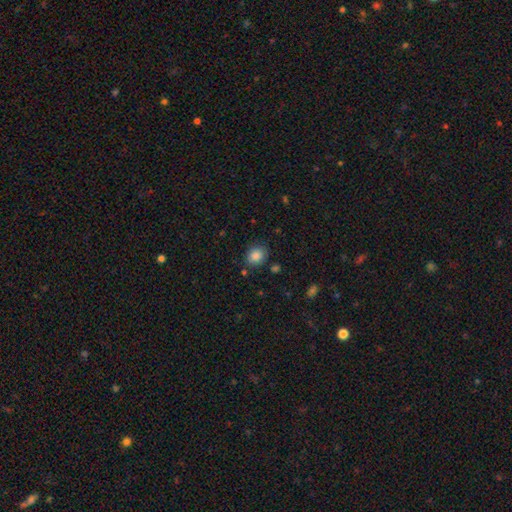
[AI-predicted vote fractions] smooth 86%, star or artifact 9%, featured or disk 5%. Down the decision tree: how rounded — round (62%); merging — none (82%).